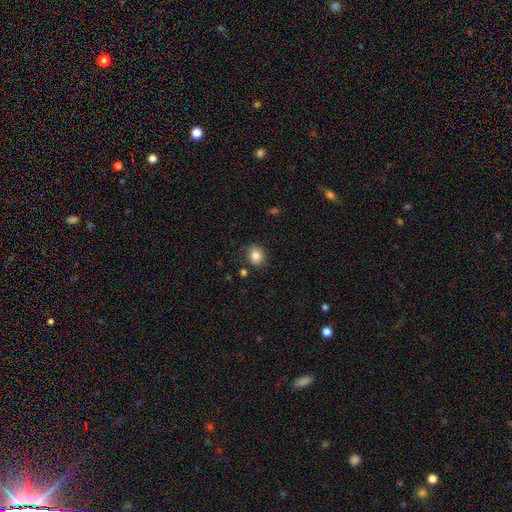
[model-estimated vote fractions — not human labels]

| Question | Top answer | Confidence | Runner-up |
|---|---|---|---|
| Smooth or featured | smooth | 83% | star or artifact (10%) |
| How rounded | round | 71% | in between (28%) |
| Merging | none | 70% | minor disturbance (20%) |